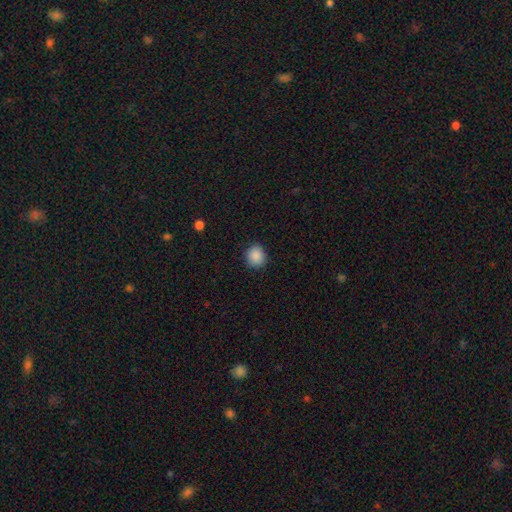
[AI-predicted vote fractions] A smooth galaxy with no disk features (88%) that is round (79%).

Vote fractions:
- Smooth or featured? smooth: 88% / star or artifact: 9% / featured or disk: 3%
- How rounded? round: 79% / in between: 20% / cigar-shaped: 1%
- Merging? none: 88% / minor disturbance: 8% / major disturbance: 2% / merger: 1%